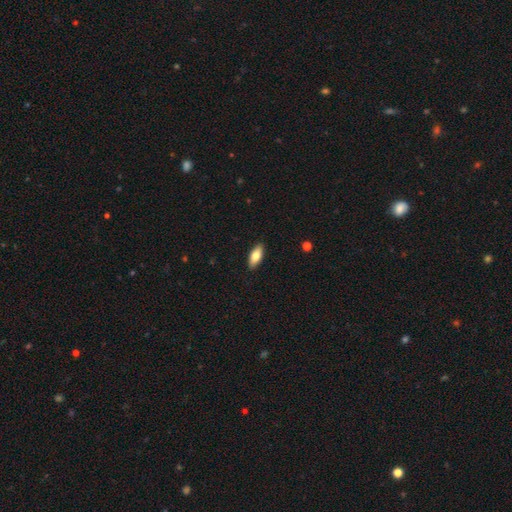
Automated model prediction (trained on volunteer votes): Morphology: type=smooth (76%); roundness=in between (80%); merging=none (90%).